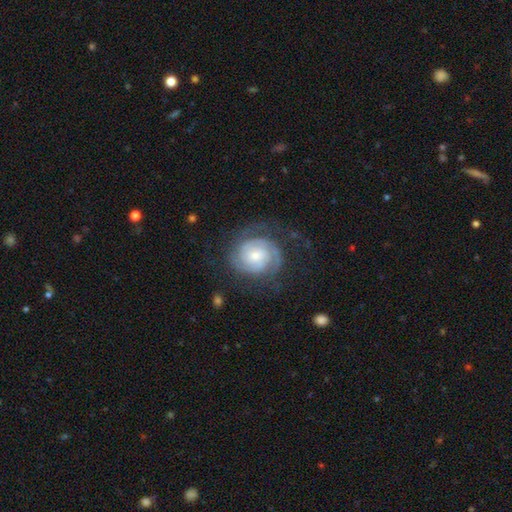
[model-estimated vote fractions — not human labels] Smooth or featured?
  - featured or disk: 84% *
  - smooth: 11%
  - star or artifact: 5%
Edge-on disk?
  - no: 98% *
  - yes: 2%
Bar?
  - no: 65% *
  - weak: 29%
  - strong: 6%
Spiral arms?
  - yes: 96% *
  - no: 4%
Spiral winding?
  - tight: 67% *
  - medium: 26%
  - loose: 6%
Spiral arm count?
  - 2: 54% *
  - can't tell: 17%
  - 3: 16%
  - 1: 4%
  - 4: 4%
  - more than 4: 4%
Bulge size?
  - small: 58% *
  - moderate: 34%
  - large: 4%
  - none: 2%
  - dominant: 1%
Merging?
  - none: 68% *
  - minor disturbance: 17%
  - major disturbance: 14%
  - merger: 1%